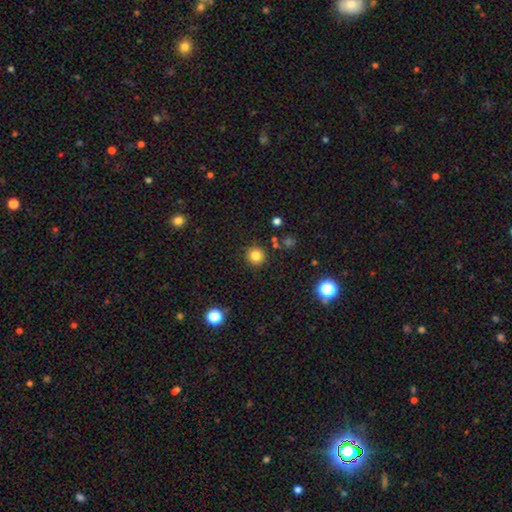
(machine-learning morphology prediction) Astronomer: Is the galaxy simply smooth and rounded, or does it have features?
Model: smooth — 82%.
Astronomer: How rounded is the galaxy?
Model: round — 94%.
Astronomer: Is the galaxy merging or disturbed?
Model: none — 89%.